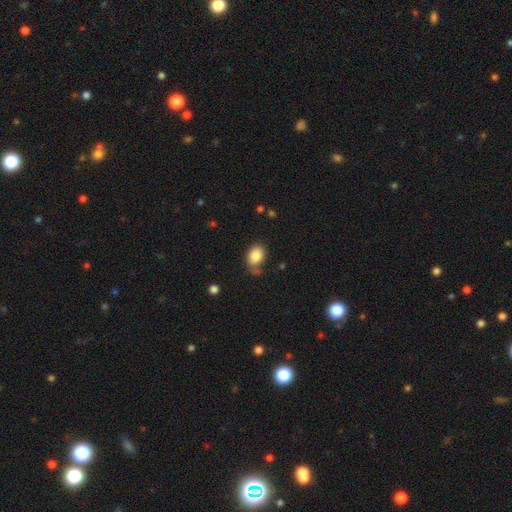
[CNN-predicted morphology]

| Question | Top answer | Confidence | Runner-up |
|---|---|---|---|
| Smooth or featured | smooth | 84% | star or artifact (8%) |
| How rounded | in between | 75% | round (24%) |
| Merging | none | 64% | minor disturbance (22%) |